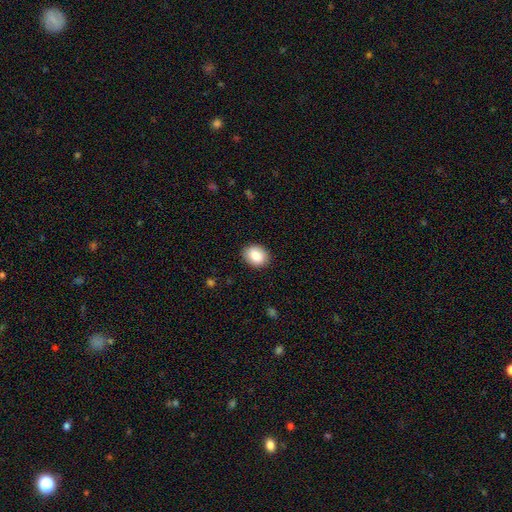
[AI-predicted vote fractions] Smooth or featured? smooth (86%)
How rounded? in between (54%)
Merging? none (89%)